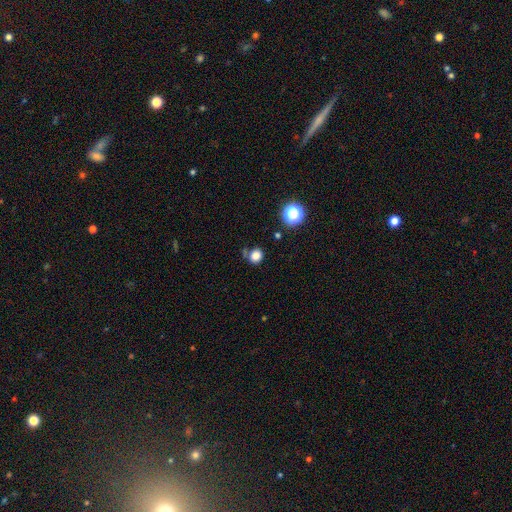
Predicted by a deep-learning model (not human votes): Morphology: type=smooth (81%); roundness=round (69%); merging=none (70%).